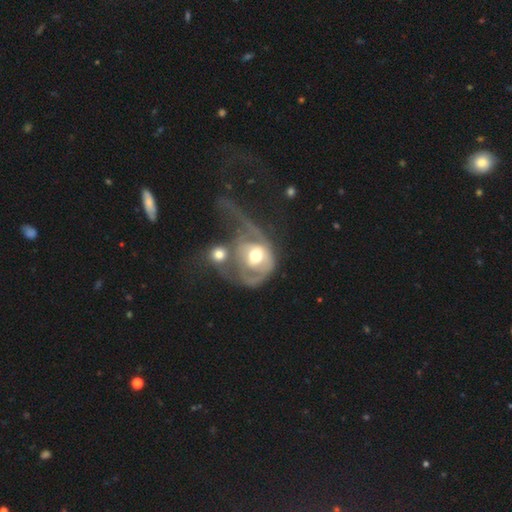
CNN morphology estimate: Smooth or featured? featured or disk (64%)
Edge-on disk? no (96%)
Bar? no (68%)
Spiral arms? yes (56%)
Bulge size? moderate (67%)
Merging? merger (46%)